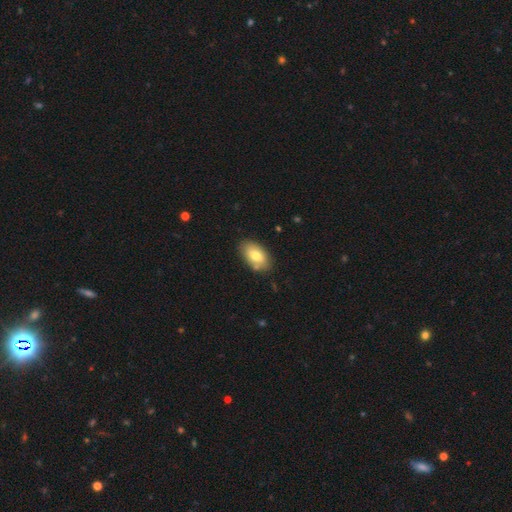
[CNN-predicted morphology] Smooth or featured? smooth (76%)
How rounded? in between (94%)
Merging? none (81%)